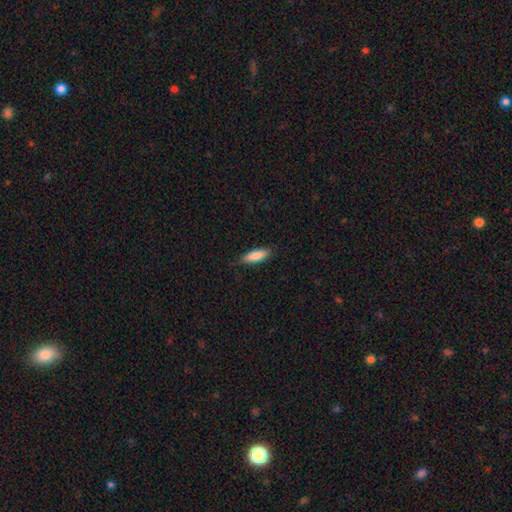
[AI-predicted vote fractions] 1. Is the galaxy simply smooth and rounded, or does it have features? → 82% smooth, 12% featured or disk, 6% star or artifact.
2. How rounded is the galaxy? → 50% in between, 49% cigar-shaped, 2% round.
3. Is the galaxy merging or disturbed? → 81% none, 15% minor disturbance, 3% major disturbance, 1% merger.